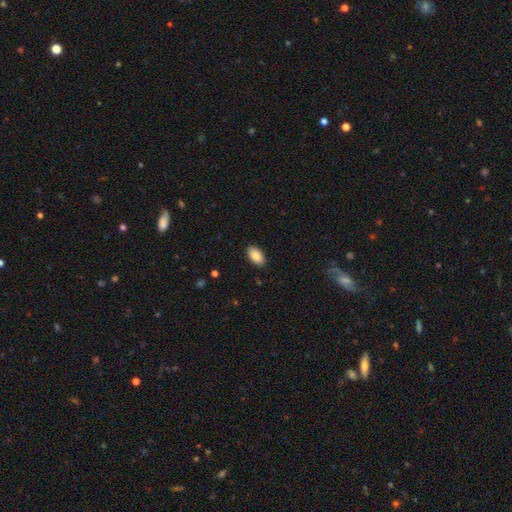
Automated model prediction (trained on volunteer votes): The model was most divided on "smooth or featured": smooth: 87%, star or artifact: 7%, featured or disk: 6%. More confident: how rounded — in between (95%); merging — none (89%).